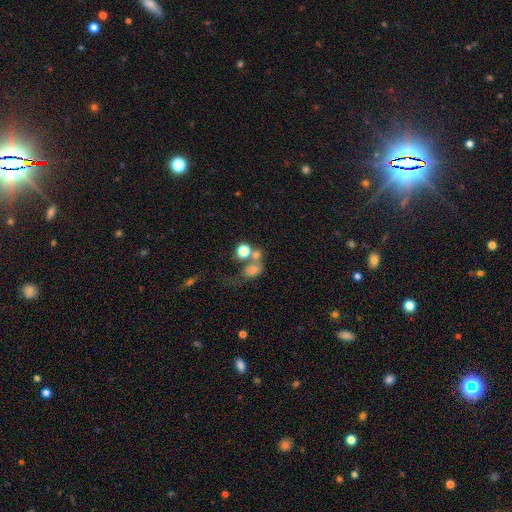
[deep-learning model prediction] smooth 63%, star or artifact 19%, featured or disk 18%. Down the decision tree: how rounded — round (65%); merging — merger (45%).